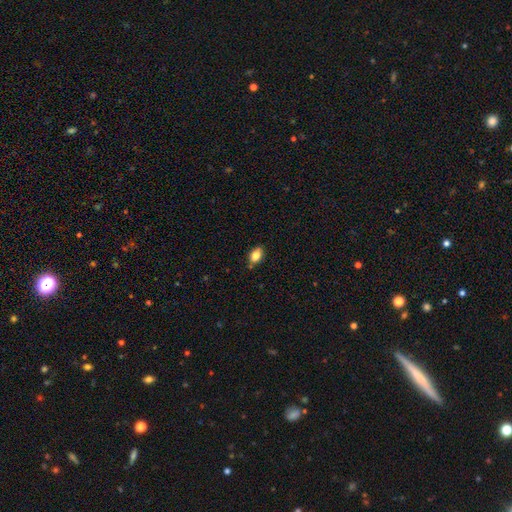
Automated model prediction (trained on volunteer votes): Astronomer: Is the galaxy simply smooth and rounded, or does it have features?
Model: smooth — 82%.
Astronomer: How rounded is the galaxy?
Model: in between — 86%.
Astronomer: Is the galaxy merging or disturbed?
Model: none — 82%.